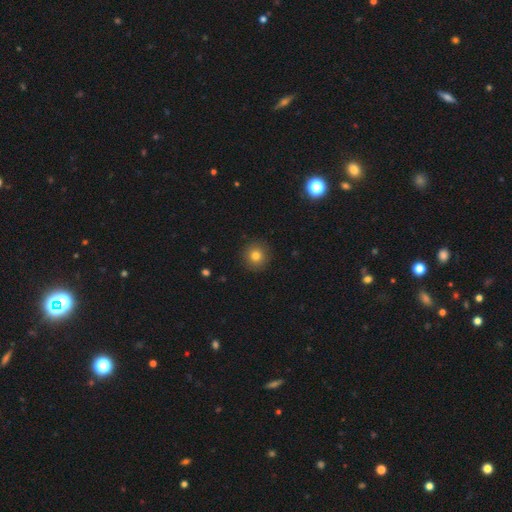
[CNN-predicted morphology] Smooth or featured? smooth (80%)
How rounded? round (94%)
Merging? none (91%)